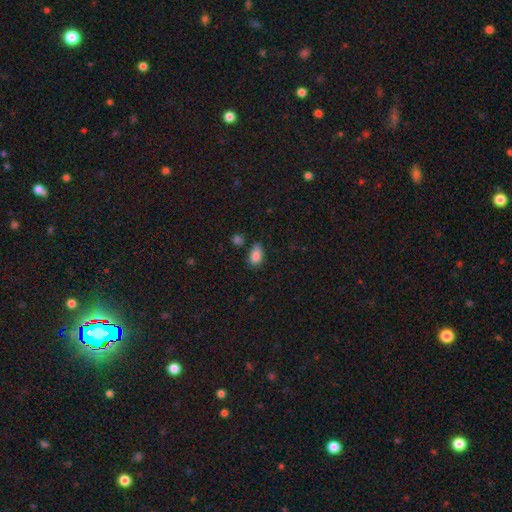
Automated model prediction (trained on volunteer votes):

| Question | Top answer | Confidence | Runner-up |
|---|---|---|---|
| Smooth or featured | smooth | 86% | star or artifact (9%) |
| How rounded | in between | 88% | round (10%) |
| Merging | none | 64% | minor disturbance (26%) |